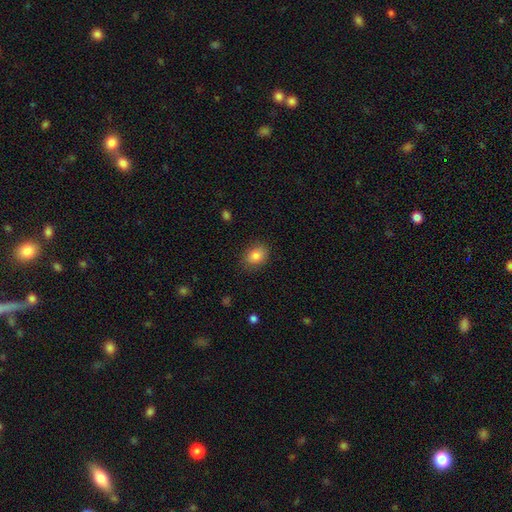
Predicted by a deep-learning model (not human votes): Smooth or featured?
  - smooth: 84% *
  - star or artifact: 9%
  - featured or disk: 7%
How rounded?
  - in between: 58% *
  - round: 41%
  - cigar-shaped: 1%
Merging?
  - none: 83% *
  - minor disturbance: 13%
  - major disturbance: 3%
  - merger: 1%